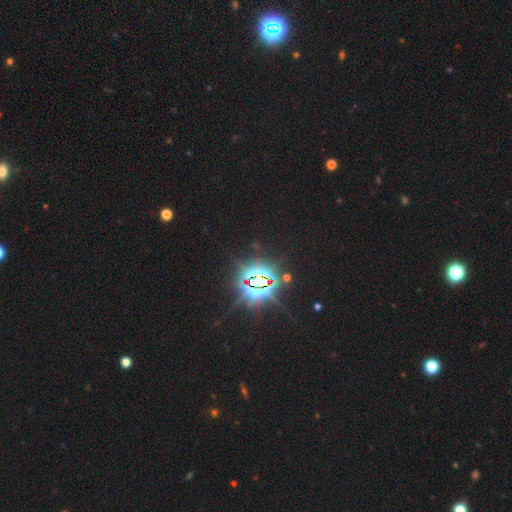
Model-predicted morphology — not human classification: smooth-or-featured: star or artifact: 84% | smooth: 11% | featured or disk: 5%